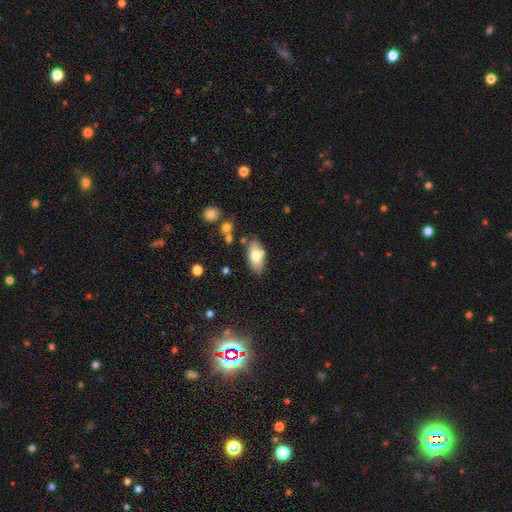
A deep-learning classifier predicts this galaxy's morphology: A smooth galaxy with no disk features (73%) that is in between round and cigar-shaped (91%). Merging: none (70%).